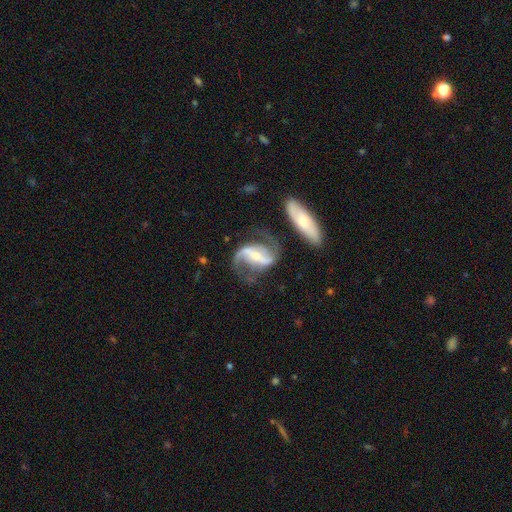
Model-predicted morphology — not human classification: Overall: featured or disk (89%). Edge-on disk: no (96%). Bar: strong (56%; weak 30%). Spiral arms: yes (96%). Spiral arm count: 2 (90%). Spiral winding: loose (52%; medium 39%). Bulge size: small (49%; moderate 44%). Merging: none (59%).